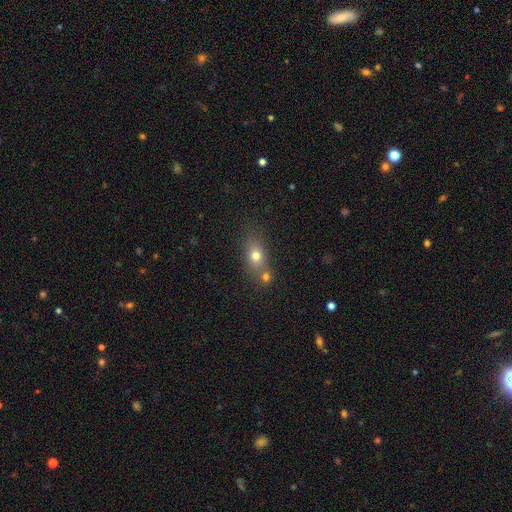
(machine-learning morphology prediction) This appears to be a smooth galaxy with no disk features (72%) that is in between round and cigar-shaped (56%). Merging: none (54%).